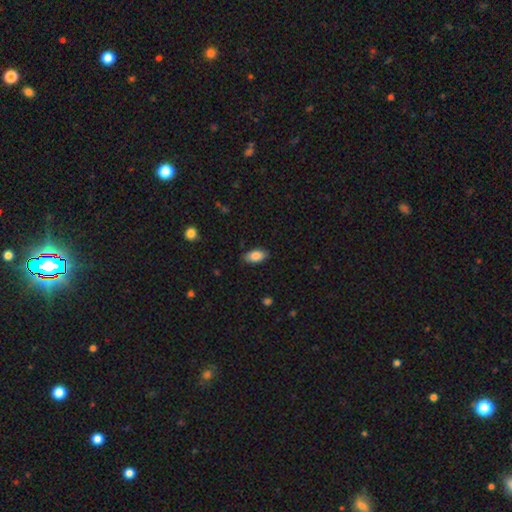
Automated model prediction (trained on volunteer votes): Smooth or featured?
  - smooth: 85% *
  - featured or disk: 7%
  - star or artifact: 7%
How rounded?
  - in between: 92% *
  - cigar-shaped: 4%
  - round: 3%
Merging?
  - none: 84% *
  - minor disturbance: 12%
  - major disturbance: 3%
  - merger: 1%